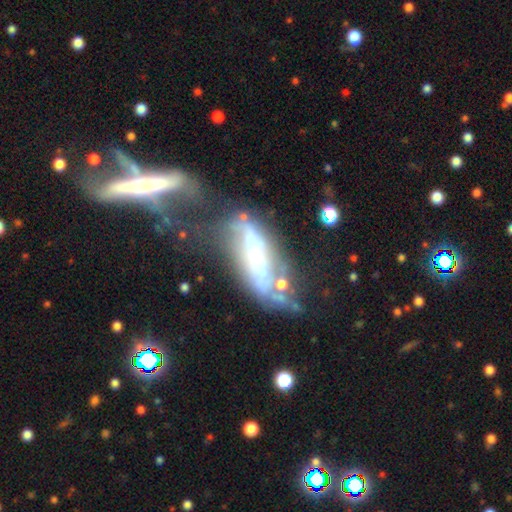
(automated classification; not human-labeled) smooth_or_featured: featured or disk (p=0.60) [alt: smooth p=0.28]
disk_edge_on: no (p=0.55) [alt: yes p=0.45]
merging: merger (p=0.38) [alt: major disturbance p=0.28]